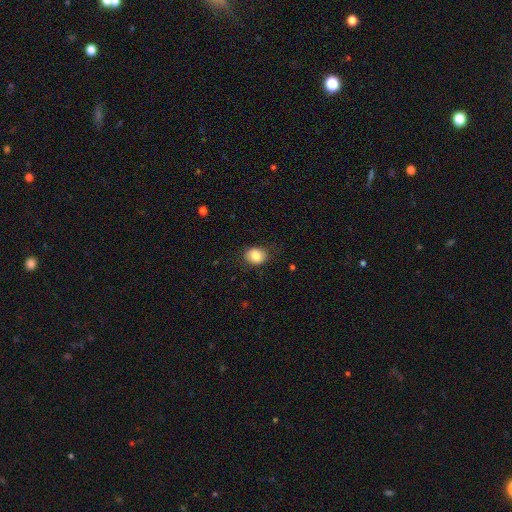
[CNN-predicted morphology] This is clearly a smooth galaxy (82%). How rounded: possibly round (52%). Merging: clearly none (82%).